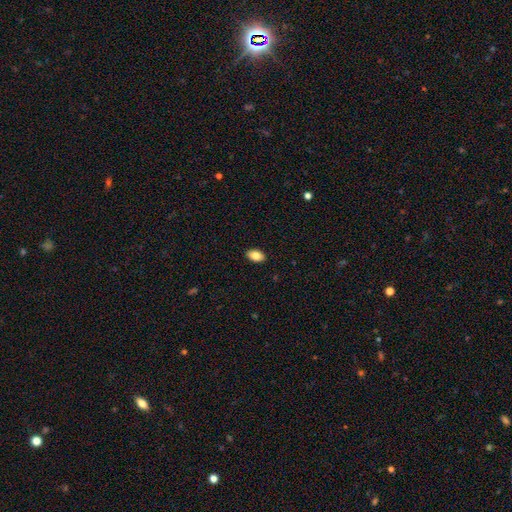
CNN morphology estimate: Smooth or featured? smooth (84%)
How rounded? in between (91%)
Merging? none (90%)